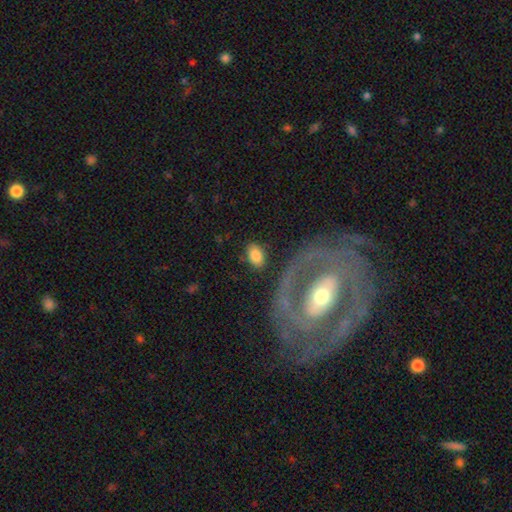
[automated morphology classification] The model was most divided on "smooth or featured": smooth: 78%, featured or disk: 16%, star or artifact: 7%. More confident: how rounded — in between (89%); merging — none (80%).